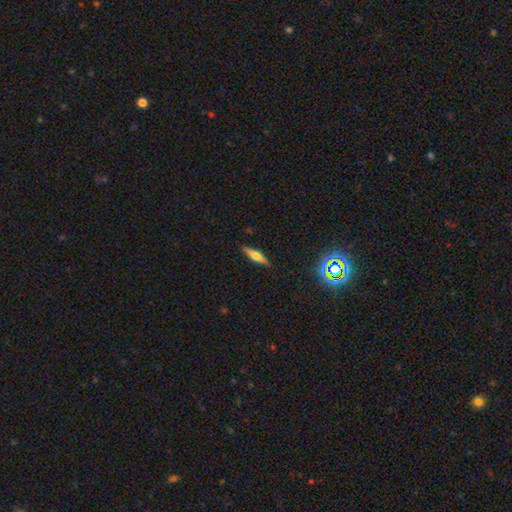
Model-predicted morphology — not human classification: Overall: featured or disk (46%; smooth 44%). Merging: none (88%).